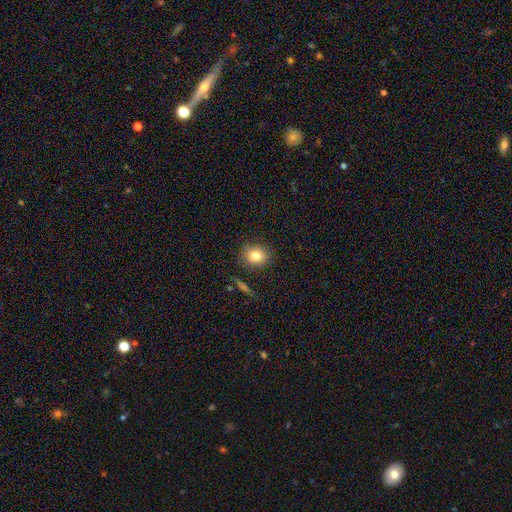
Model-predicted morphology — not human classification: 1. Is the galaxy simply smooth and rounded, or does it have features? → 81% smooth, 10% star or artifact, 9% featured or disk.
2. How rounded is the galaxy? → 67% round, 32% in between, 1% cigar-shaped.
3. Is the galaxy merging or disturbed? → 84% none, 10% minor disturbance, 3% major disturbance, 2% merger.